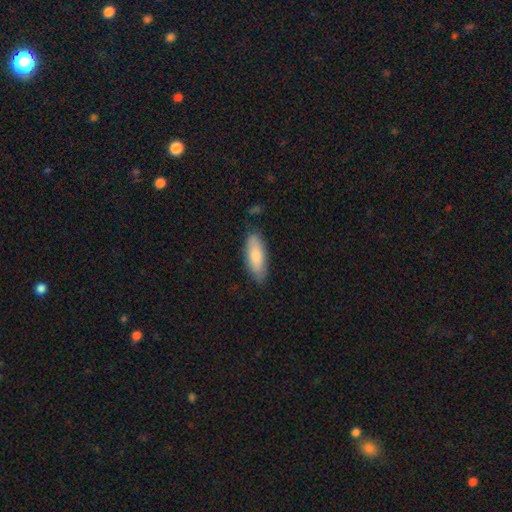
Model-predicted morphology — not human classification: A smooth galaxy with no disk features (80%) that is in between round and cigar-shaped (68%).

Vote fractions:
- Smooth or featured? smooth: 80% / featured or disk: 14% / star or artifact: 6%
- How rounded? in between: 68% / cigar-shaped: 30% / round: 2%
- Merging? none: 80% / minor disturbance: 16% / major disturbance: 3% / merger: 2%